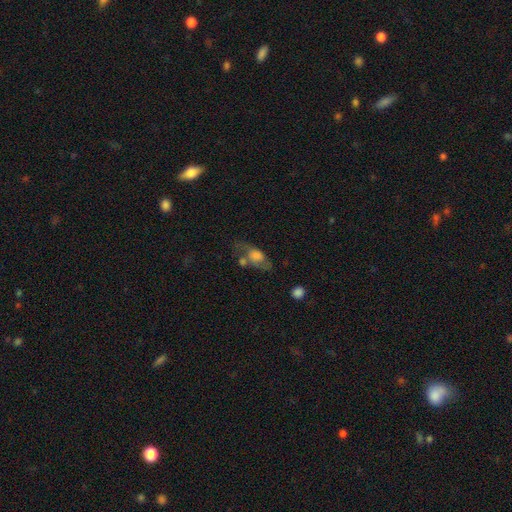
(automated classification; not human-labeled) This is possibly a smooth galaxy (54%). How rounded: likely in between (74%). Merging: marginally none (40%).